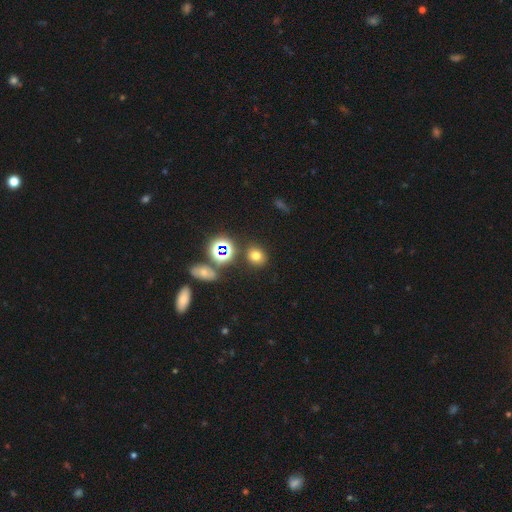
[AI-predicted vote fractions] This is likely a smooth galaxy (70%). How rounded: likely round (69%). Merging: clearly none (83%).